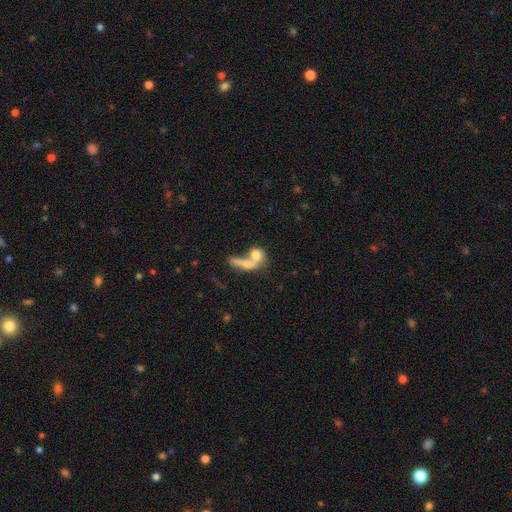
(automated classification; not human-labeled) Smooth or featured: smooth — 64% (featured or disk — 27%)
How rounded: in between — 49% (round — 41%)
Merging: merger — 70% (none — 15%)